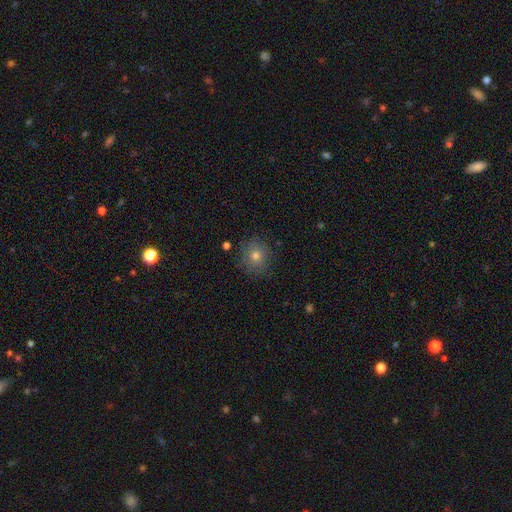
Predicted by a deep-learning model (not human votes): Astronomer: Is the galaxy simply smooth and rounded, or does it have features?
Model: smooth — 73%.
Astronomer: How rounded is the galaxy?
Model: round — 88%.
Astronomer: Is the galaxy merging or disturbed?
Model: none — 86%.